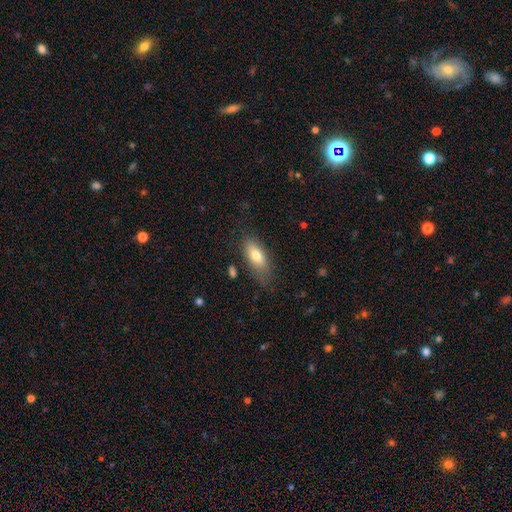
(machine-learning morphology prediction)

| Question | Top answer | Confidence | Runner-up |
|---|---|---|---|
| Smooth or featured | smooth | 76% | featured or disk (17%) |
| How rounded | in between | 83% | cigar-shaped (14%) |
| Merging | none | 68% | minor disturbance (22%) |